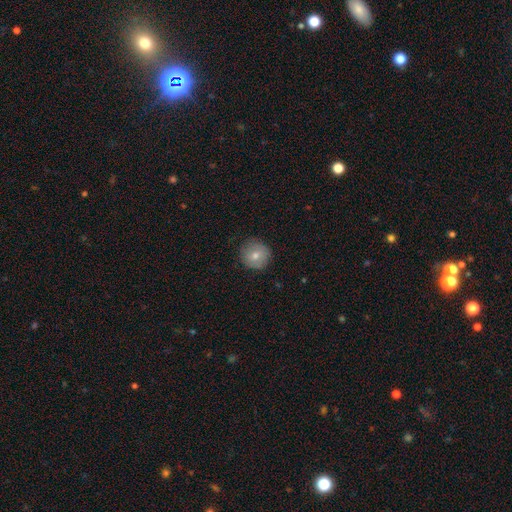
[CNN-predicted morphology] The model was most divided on "smooth or featured": smooth: 73%, featured or disk: 18%, star or artifact: 9%. More confident: how rounded — round (93%); merging — none (84%).